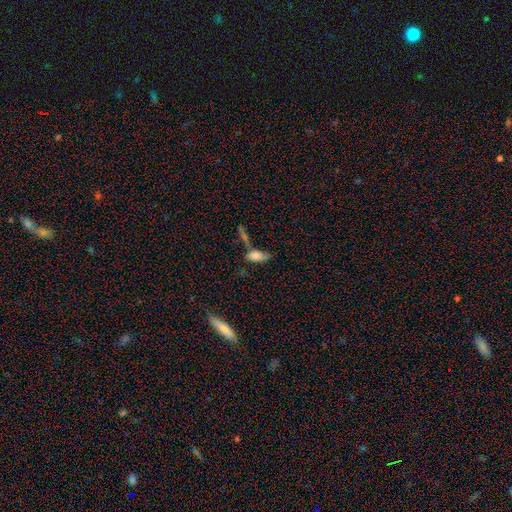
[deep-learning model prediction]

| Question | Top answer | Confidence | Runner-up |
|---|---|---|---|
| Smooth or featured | smooth | 77% | featured or disk (13%) |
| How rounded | in between | 82% | cigar-shaped (15%) |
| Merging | none | 40% | merger (28%) |